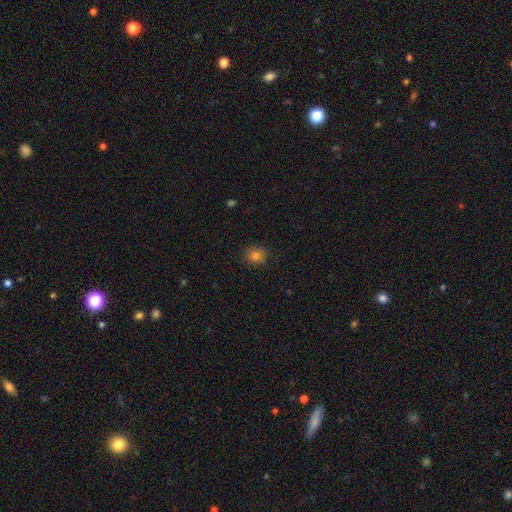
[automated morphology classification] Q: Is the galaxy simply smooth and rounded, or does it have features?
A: smooth — 81%.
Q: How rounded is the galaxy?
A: round — 64%.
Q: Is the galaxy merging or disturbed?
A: none — 88%.